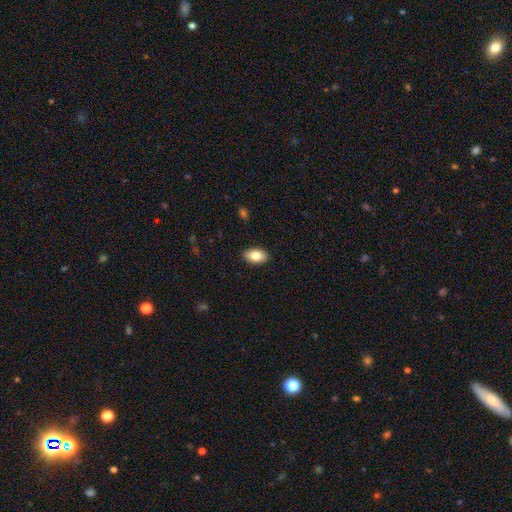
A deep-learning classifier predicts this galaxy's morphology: A smooth galaxy with no disk features (82%) that is in between round and cigar-shaped (93%).

Vote fractions:
- Smooth or featured? smooth: 82% / featured or disk: 11% / star or artifact: 7%
- How rounded? in between: 93% / round: 6% / cigar-shaped: 2%
- Merging? none: 90% / minor disturbance: 8% / major disturbance: 2% / merger: 1%